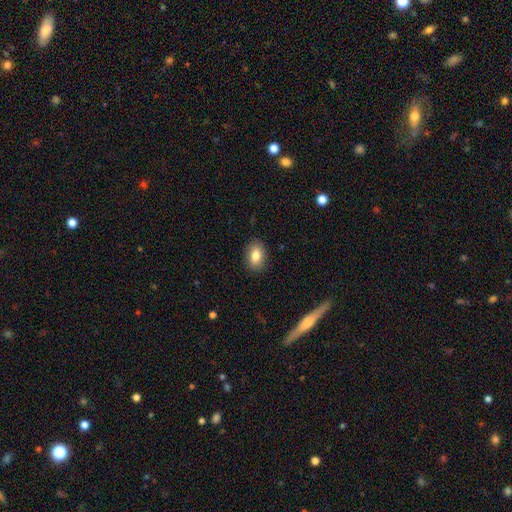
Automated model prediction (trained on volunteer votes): A smooth galaxy with no disk features (83%) that is in between round and cigar-shaped (82%). Merging: none (89%).